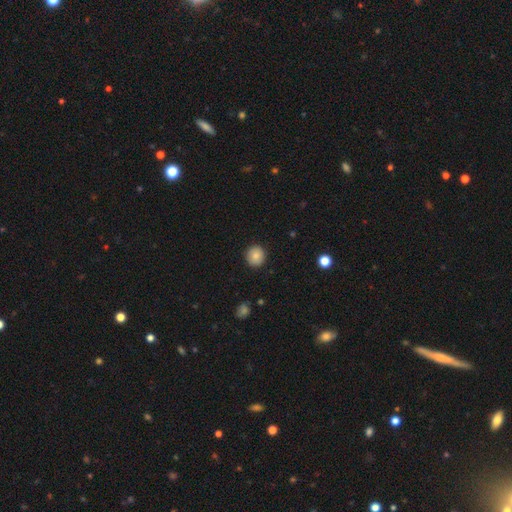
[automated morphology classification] smooth 85%, star or artifact 9%, featured or disk 7%. Down the decision tree: how rounded — round (90%); merging — none (90%).